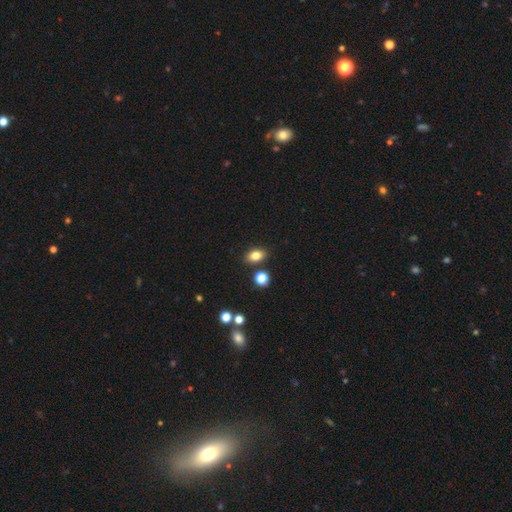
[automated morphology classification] smooth 81%, star or artifact 11%, featured or disk 8%. Down the decision tree: how rounded — in between (78%); merging — none (83%).